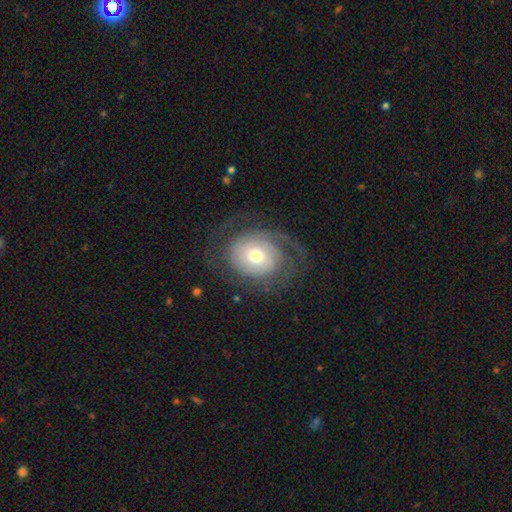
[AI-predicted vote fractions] Morphology: type=featured or disk (78%); edge-on=no (97%); bar=no (75%); spiral arms=yes (92%); winding=tight (58%); arm count=2 (45%); bulge=moderate (55%); merging=none (69%).